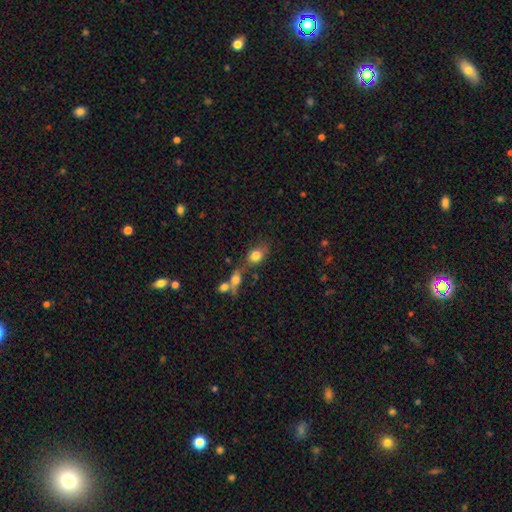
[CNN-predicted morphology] Overall: smooth (79%). How rounded: in between (63%; round 35%). Merging: none (49%; merger 26%).